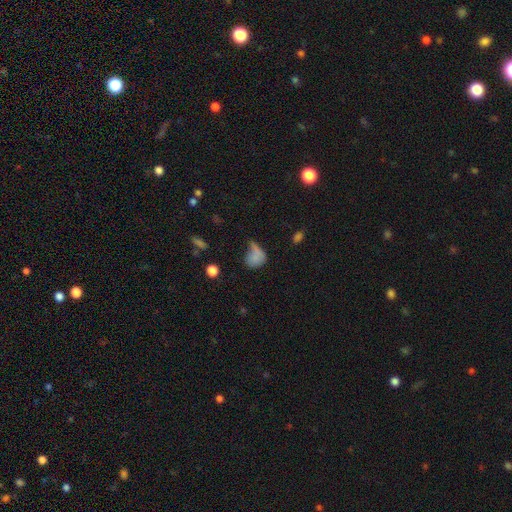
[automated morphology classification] The model was most divided on "merging": major disturbance: 32%, minor disturbance: 30%, none: 29%, merger: 10%. More confident: smooth or featured — smooth (73%); how rounded — in between (57%).